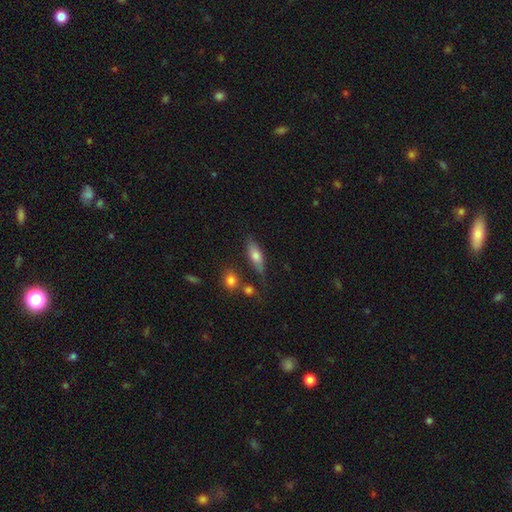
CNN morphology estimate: The model was most divided on "how rounded": in between: 59%, cigar-shaped: 37%, round: 4%. More confident: merging — none (69%); smooth or featured — smooth (64%).